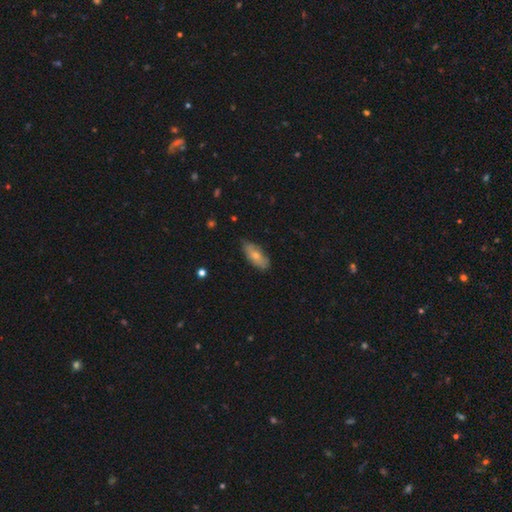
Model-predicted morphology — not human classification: Q: Smooth or featured?
A: smooth (69%); runner-up: featured or disk (25%)
Q: How rounded?
A: in between (83%); runner-up: cigar-shaped (14%)
Q: Merging?
A: none (74%); runner-up: minor disturbance (21%)